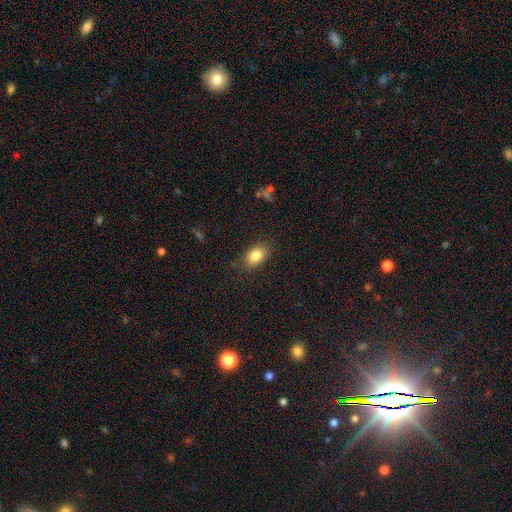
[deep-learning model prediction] Smooth or featured? Predicted: smooth (p=0.84). How rounded? Predicted: in between (p=0.87). Merging? Predicted: none (p=0.84).